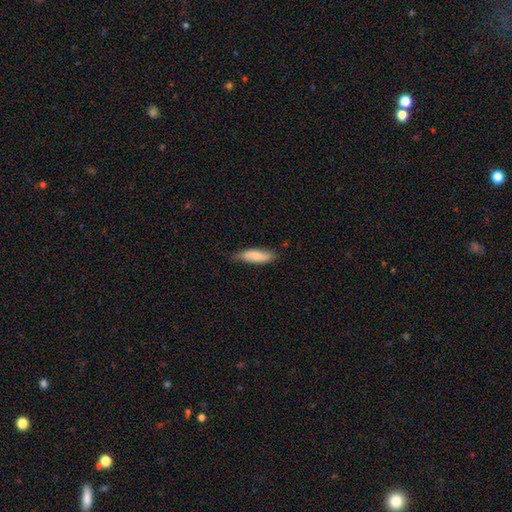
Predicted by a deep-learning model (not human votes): Smooth or featured: smooth — 80% (featured or disk — 14%)
How rounded: in between — 56% (cigar-shaped — 43%)
Merging: none — 67% (minor disturbance — 27%)